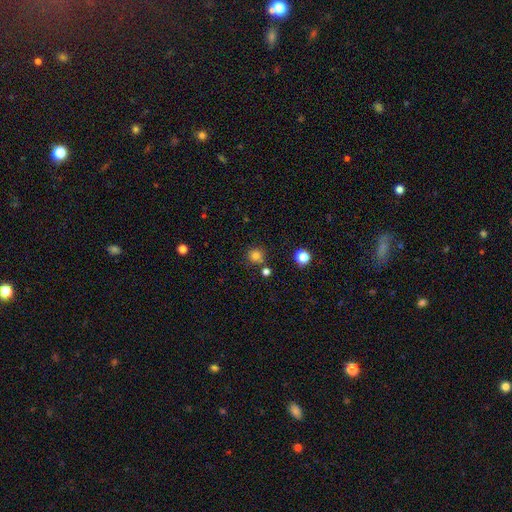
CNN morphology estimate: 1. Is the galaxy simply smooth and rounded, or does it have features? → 80% smooth, 14% star or artifact, 6% featured or disk.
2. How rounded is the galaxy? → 93% round, 6% in between, 1% cigar-shaped.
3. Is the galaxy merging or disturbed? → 79% none, 9% merger, 9% minor disturbance, 3% major disturbance.